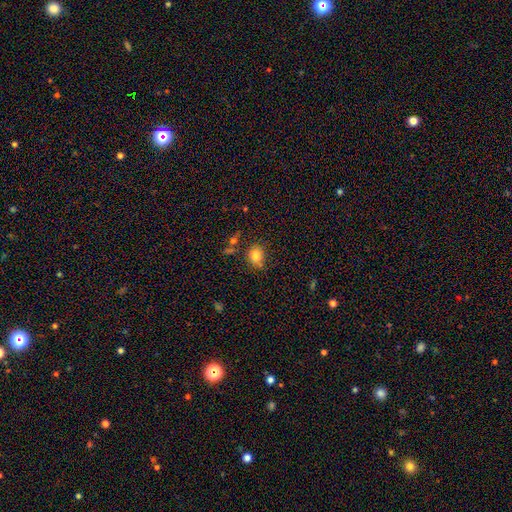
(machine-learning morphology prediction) Smooth or featured: smooth — 82% (star or artifact — 11%)
How rounded: round — 51% (in between — 47%)
Merging: none — 69% (minor disturbance — 18%)